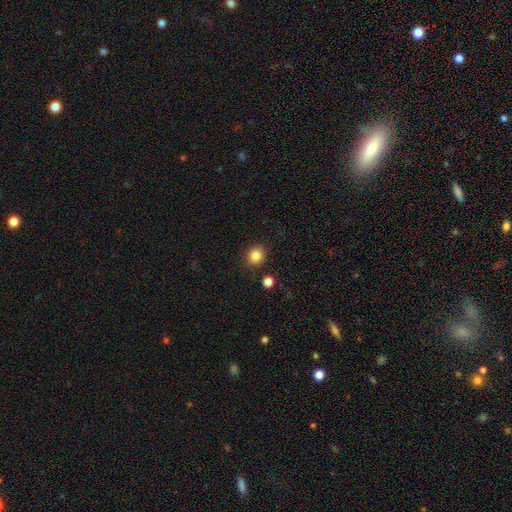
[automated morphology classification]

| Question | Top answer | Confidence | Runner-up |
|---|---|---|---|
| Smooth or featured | smooth | 85% | star or artifact (11%) |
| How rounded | round | 81% | in between (18%) |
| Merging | none | 86% | minor disturbance (8%) |